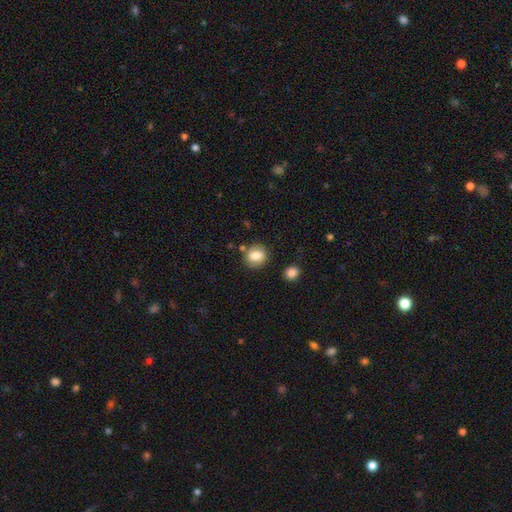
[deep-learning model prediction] Overall: smooth (83%). How rounded: round (69%; in between 30%). Merging: none (80%).